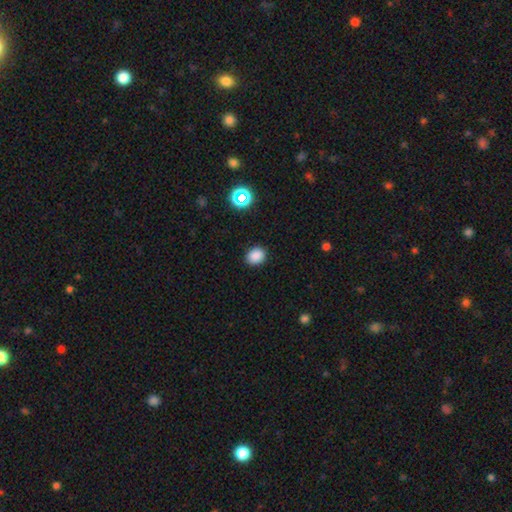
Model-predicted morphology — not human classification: smooth 85%, star or artifact 12%, featured or disk 3%. Down the decision tree: how rounded — round (53%); merging — none (89%).